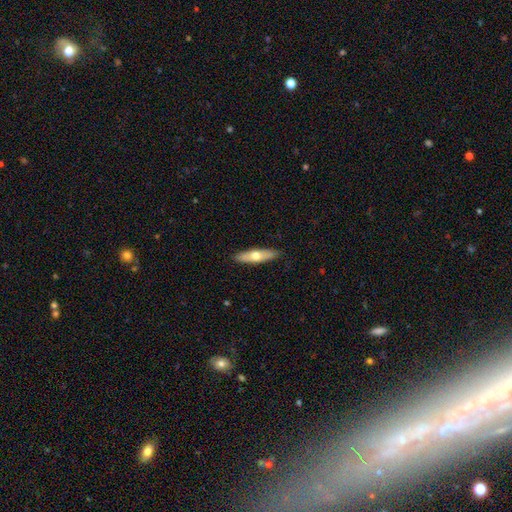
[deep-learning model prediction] A smooth galaxy with no disk features (55%) that is cigar-shaped (64%).

Vote fractions:
- Smooth or featured? smooth: 55% / featured or disk: 39% / star or artifact: 5%
- How rounded? cigar-shaped: 64% / in between: 33% / round: 2%
- Merging? none: 89% / minor disturbance: 8% / major disturbance: 2% / merger: 1%